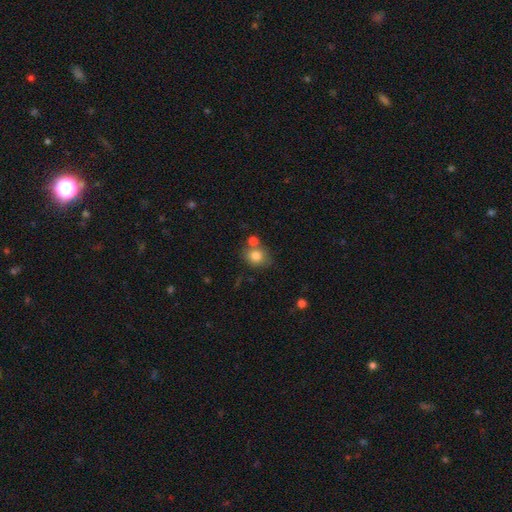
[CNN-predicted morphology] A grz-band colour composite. It shows a smooth galaxy with no disk features (80%) that is round (66%). Merging: none (61%).